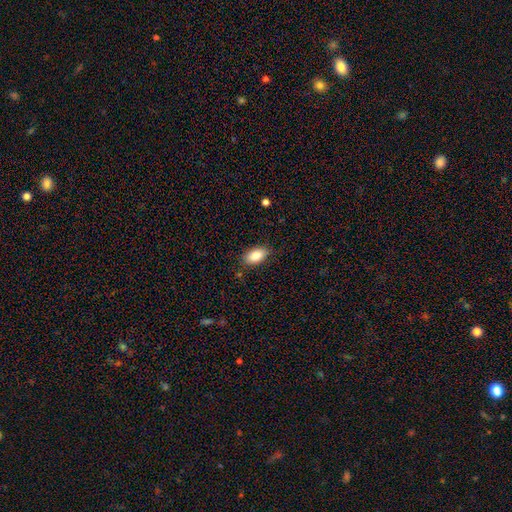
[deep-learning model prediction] This appears to be a smooth galaxy with no disk features (87%) that is in between round and cigar-shaped (93%). Merging: none (83%).